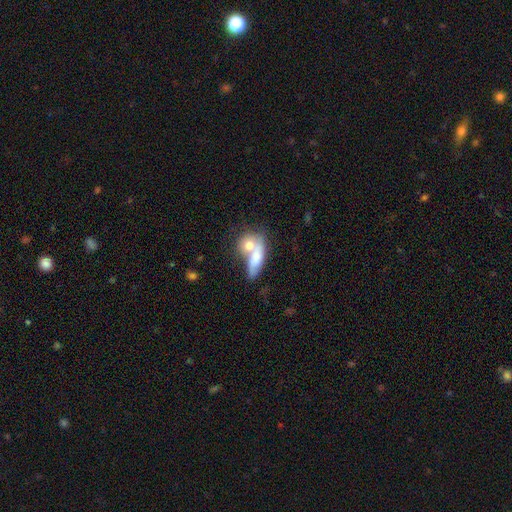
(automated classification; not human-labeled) smooth 69%, featured or disk 24%, star or artifact 7%. Down the decision tree: how rounded — in between (61%); merging — merger (60%).